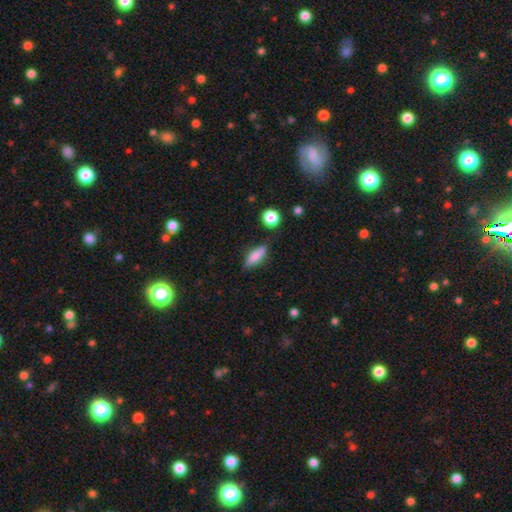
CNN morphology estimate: Smooth or featured? Predicted: smooth (p=0.77). How rounded? Predicted: in between (p=0.52). Merging? Predicted: none (p=0.78).